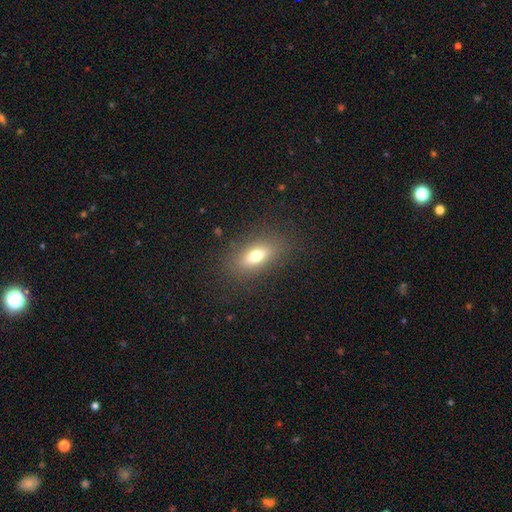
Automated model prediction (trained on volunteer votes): smooth 72%, featured or disk 17%, star or artifact 10%. Down the decision tree: how rounded — in between (81%); merging — none (85%).